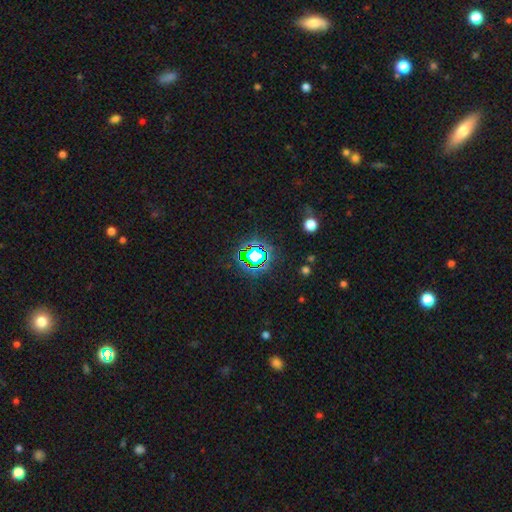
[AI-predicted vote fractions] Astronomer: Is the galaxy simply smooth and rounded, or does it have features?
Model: star or artifact — 72%.